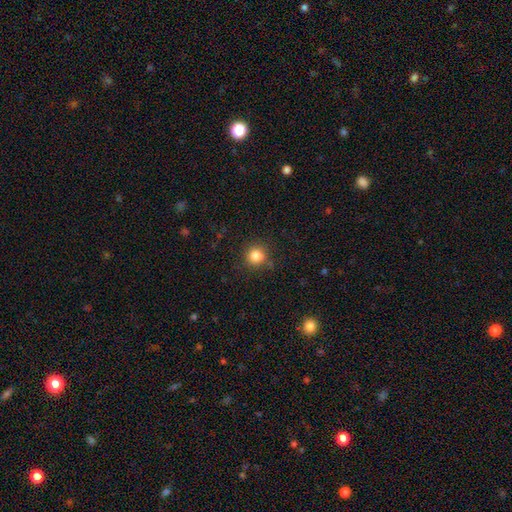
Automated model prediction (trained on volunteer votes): A smooth galaxy with no disk features (83%) that is round (92%). Merging: none (84%).